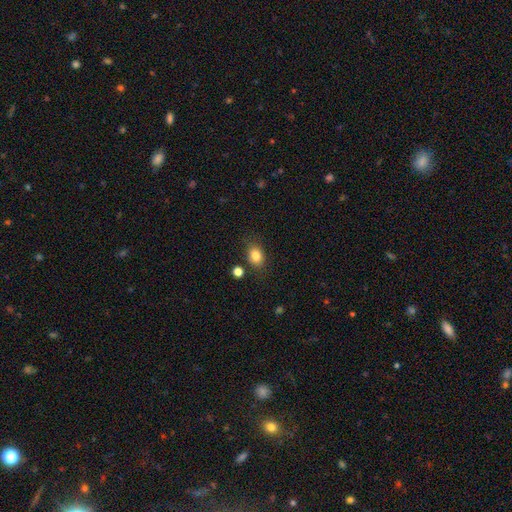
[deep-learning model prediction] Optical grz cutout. It shows a smooth galaxy with no disk features (83%) that is in between round and cigar-shaped (63%). Merging: none (79%).